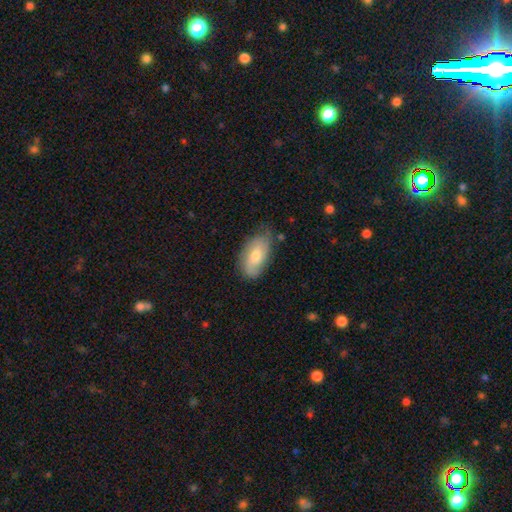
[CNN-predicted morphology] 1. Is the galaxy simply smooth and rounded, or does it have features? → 57% smooth, 36% featured or disk, 7% star or artifact.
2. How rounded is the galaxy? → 91% in between, 5% round, 4% cigar-shaped.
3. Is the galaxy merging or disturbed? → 68% none, 25% minor disturbance, 5% major disturbance, 2% merger.